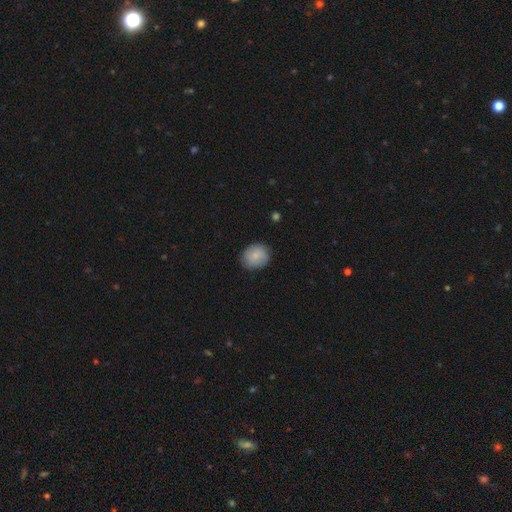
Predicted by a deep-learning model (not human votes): A smooth galaxy with no disk features (82%) that is round (71%).

Vote fractions:
- Smooth or featured? smooth: 82% / featured or disk: 11% / star or artifact: 7%
- How rounded? round: 71% / in between: 28% / cigar-shaped: 1%
- Merging? none: 80% / minor disturbance: 16% / major disturbance: 3% / merger: 1%